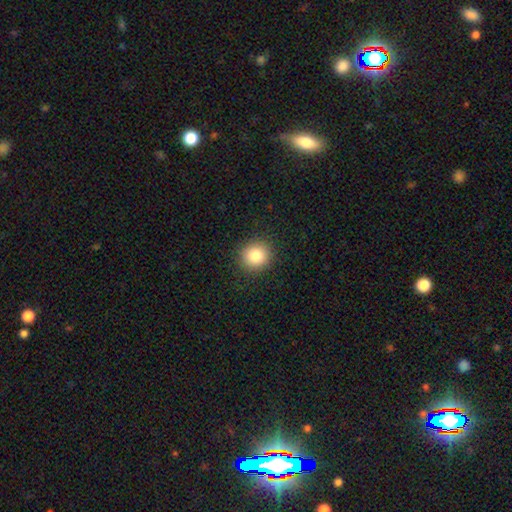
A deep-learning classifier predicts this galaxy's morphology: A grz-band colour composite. It shows a smooth galaxy with no disk features (83%) that is round (88%). Merging: none (91%).